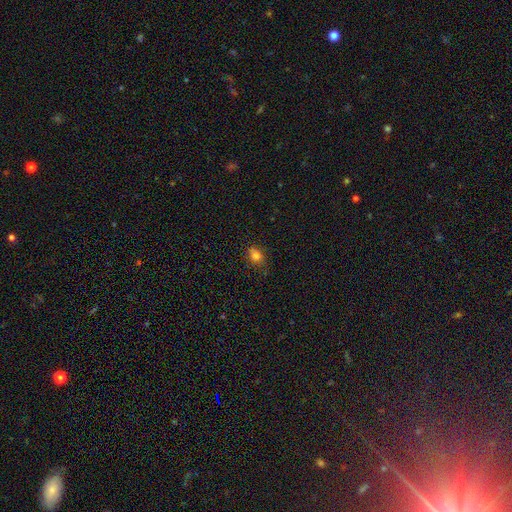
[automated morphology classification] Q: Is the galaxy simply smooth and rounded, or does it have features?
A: smooth — 78%.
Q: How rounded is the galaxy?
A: in between — 62%.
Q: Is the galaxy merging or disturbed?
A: none — 73%.